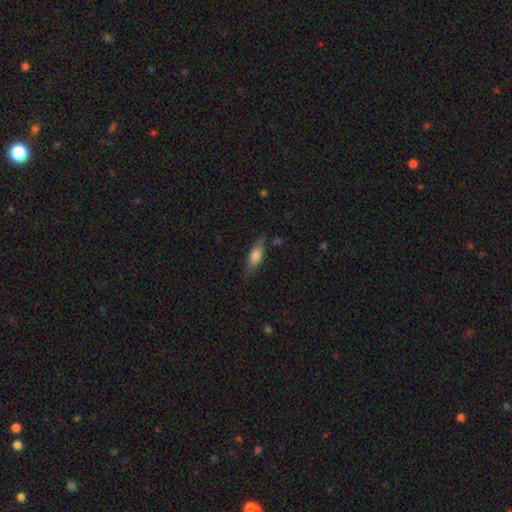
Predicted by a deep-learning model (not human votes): Morphology: type=smooth (76%); roundness=in between (69%); merging=none (71%).